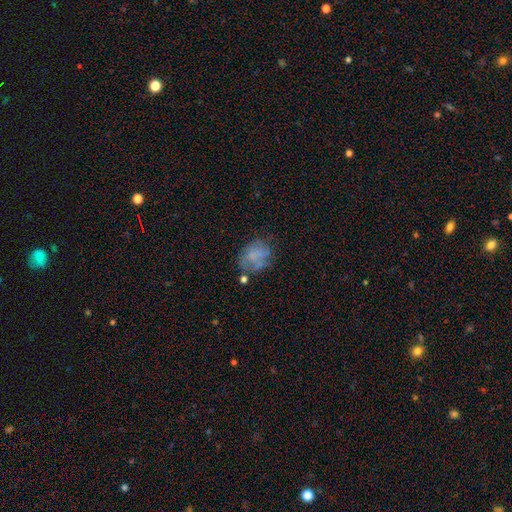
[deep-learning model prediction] smooth-or-featured: smooth: 51% | featured or disk: 37% | star or artifact: 12%
  how-rounded: in between: 55% | round: 44% | cigar-shaped: 1%
  merging: none: 49% | minor disturbance: 24% | major disturbance: 18% | merger: 8%